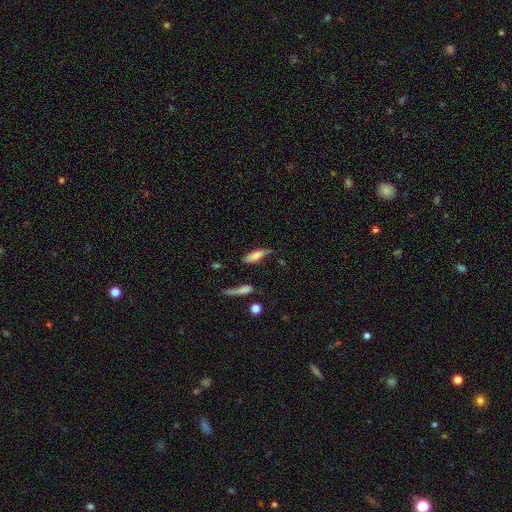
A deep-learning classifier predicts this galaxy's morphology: Q: Smooth or featured?
A: smooth (71%); runner-up: featured or disk (21%)
Q: How rounded?
A: in between (50%); runner-up: cigar-shaped (47%)
Q: Merging?
A: none (46%); runner-up: minor disturbance (32%)